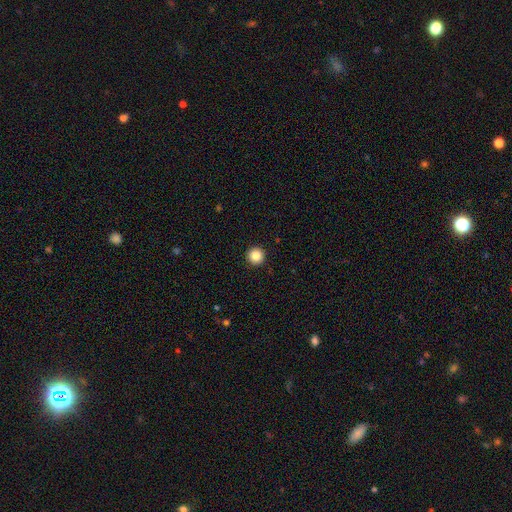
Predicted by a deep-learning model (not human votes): Smooth or featured? smooth (86%)
How rounded? round (97%)
Merging? none (94%)